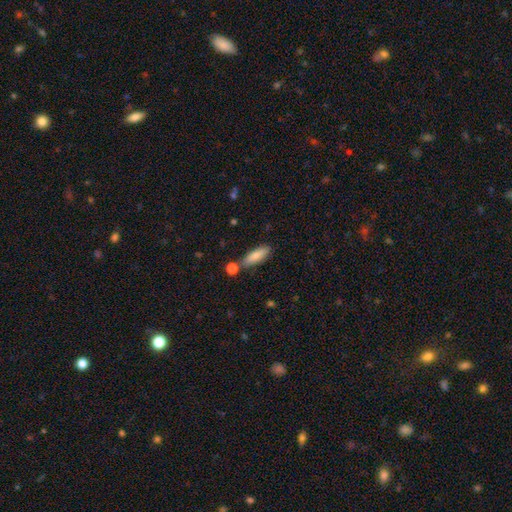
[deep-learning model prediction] Smooth or featured: smooth — 82% (featured or disk — 12%)
How rounded: in between — 52% (cigar-shaped — 46%)
Merging: none — 75% (minor disturbance — 13%)